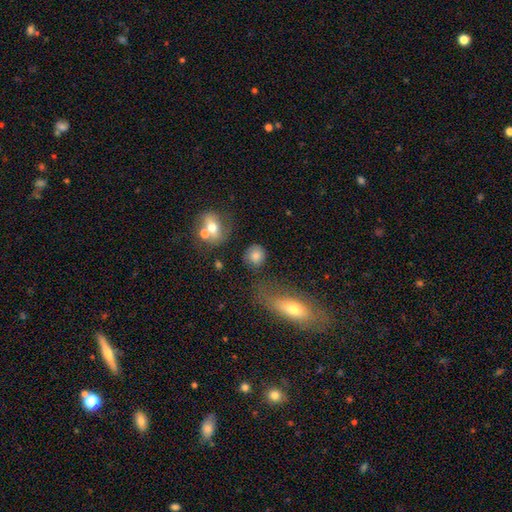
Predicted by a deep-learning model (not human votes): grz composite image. It shows a smooth galaxy with no disk features (81%) that is round (81%). Merging: none (70%).